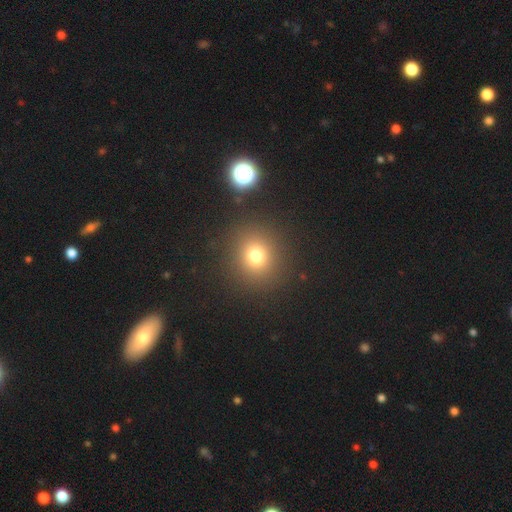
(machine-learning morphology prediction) Smooth or featured? Predicted: smooth (p=0.73). How rounded? Predicted: round (p=0.87). Merging? Predicted: none (p=0.87).